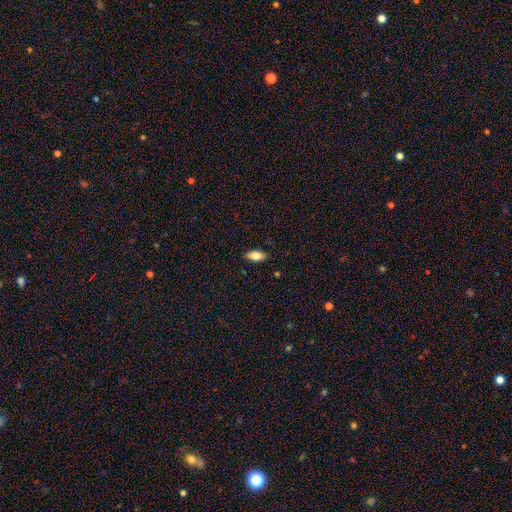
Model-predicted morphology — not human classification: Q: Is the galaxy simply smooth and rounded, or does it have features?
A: smooth — 77%.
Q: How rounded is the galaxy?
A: in between — 85%.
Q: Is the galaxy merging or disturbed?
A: none — 88%.